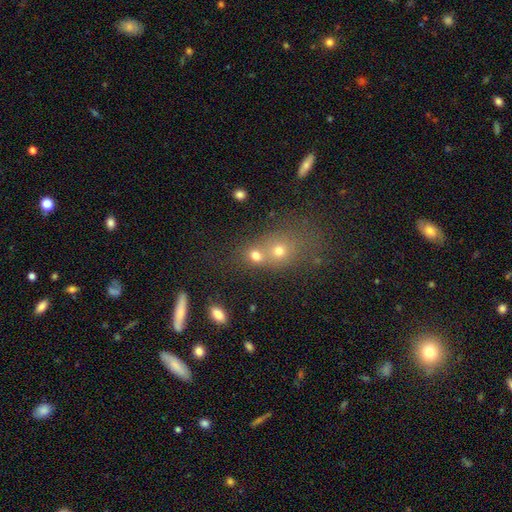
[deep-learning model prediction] Smooth or featured?
  - smooth: 69% *
  - star or artifact: 18%
  - featured or disk: 13%
How rounded?
  - round: 71% *
  - in between: 27%
  - cigar-shaped: 2%
Merging?
  - merger: 50% *
  - none: 39%
  - minor disturbance: 7%
  - major disturbance: 4%